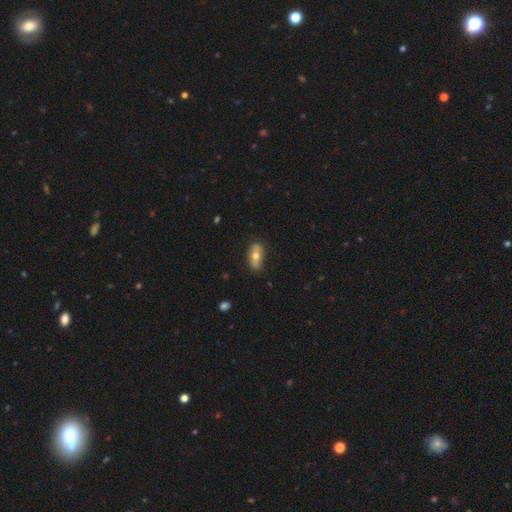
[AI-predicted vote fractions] smooth_or_featured: smooth (p=0.61) [alt: featured or disk p=0.32]
how_rounded: in between (p=0.85) [alt: cigar-shaped p=0.10]
merging: none (p=0.80) [alt: minor disturbance p=0.16]